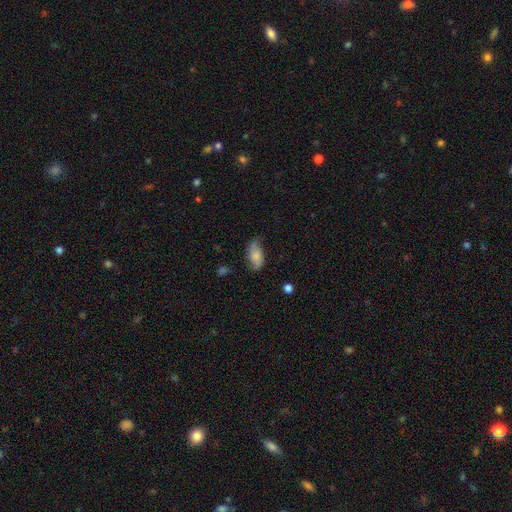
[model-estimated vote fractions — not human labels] smooth_or_featured: smooth (p=0.61) [alt: featured or disk p=0.31]
how_rounded: in between (p=0.90) [alt: cigar-shaped p=0.06]
merging: none (p=0.63) [alt: minor disturbance p=0.27]